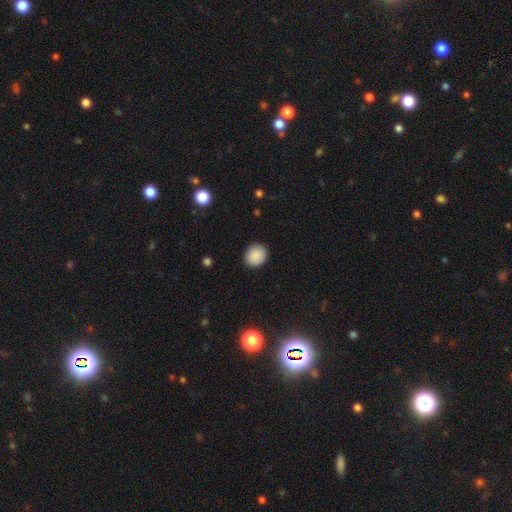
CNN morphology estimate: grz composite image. It shows a smooth galaxy with no disk features (89%) that is round (73%). Merging: none (90%).